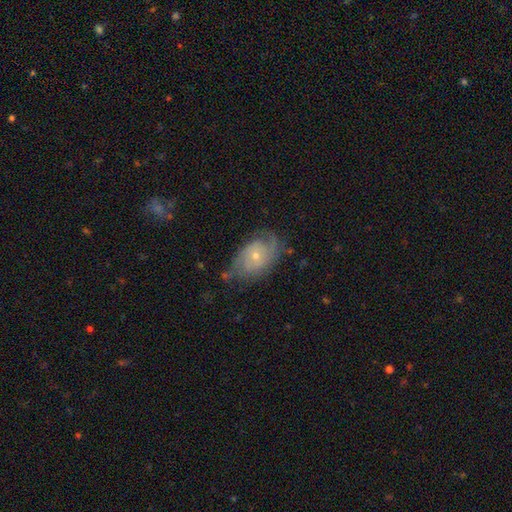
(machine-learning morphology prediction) Smooth or featured? Predicted: featured or disk (p=0.73). Edge-on disk? Predicted: no (p=0.95). Bar? Predicted: no (p=0.73). Spiral arms? Predicted: yes (p=0.88). Spiral winding? Predicted: tight (p=0.47). Spiral arm count? Predicted: 2 (p=0.47). Bulge size? Predicted: small (p=0.57). Merging? Predicted: none (p=0.61).